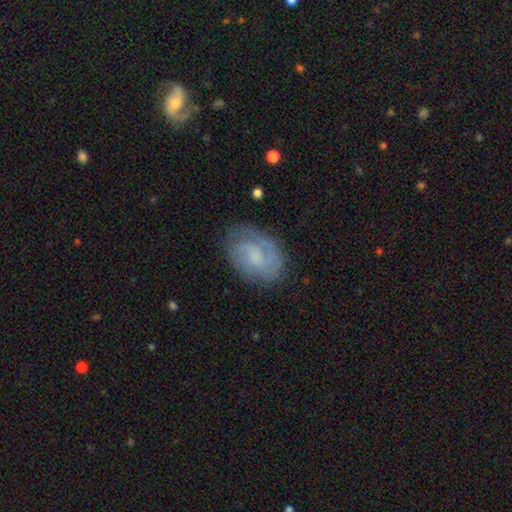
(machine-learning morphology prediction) Overall: featured or disk (65%; smooth 27%). Edge-on disk: no (97%). Bar: no (49%; weak 44%). Spiral arms: yes (89%). Spiral arm count: 2 (57%; can't tell 21%). Spiral winding: tight (45%; medium 39%). Bulge size: small (35%; none 32%). Merging: none (75%).